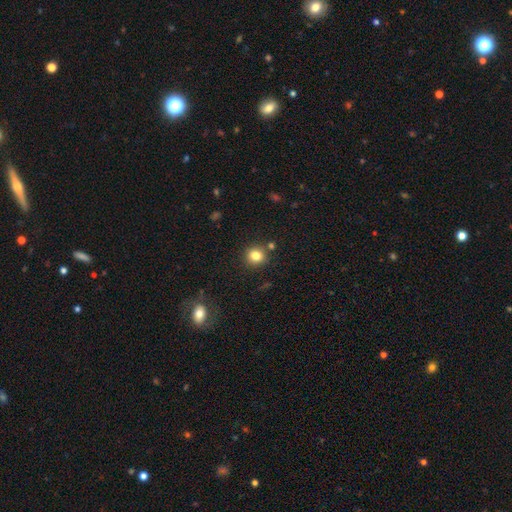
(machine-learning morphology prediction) smooth_or_featured: smooth (p=0.81) [alt: star or artifact p=0.12]
how_rounded: round (p=0.86) [alt: in between p=0.13]
merging: none (p=0.84) [alt: minor disturbance p=0.08]